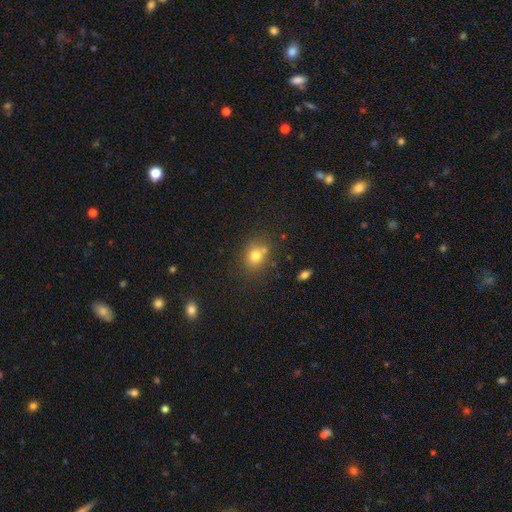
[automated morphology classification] A smooth galaxy with no disk features (75%) that is round (71%). Merging: none (66%).